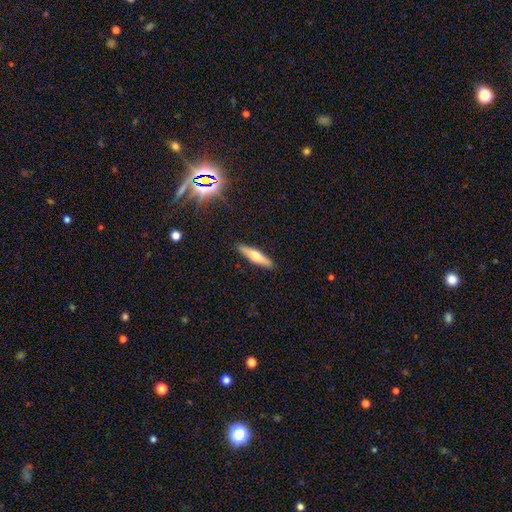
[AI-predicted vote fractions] This is possibly a smooth galaxy (55%). How rounded: clearly cigar-shaped (82%). Merging: clearly none (90%).